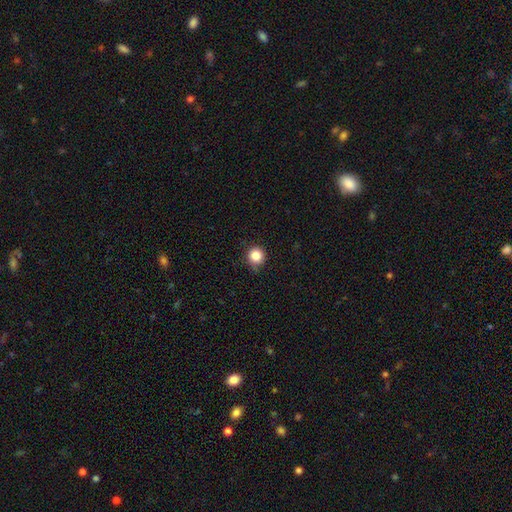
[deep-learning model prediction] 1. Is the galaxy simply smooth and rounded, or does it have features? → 85% smooth, 11% star or artifact, 4% featured or disk.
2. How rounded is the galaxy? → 93% round, 6% in between, 1% cigar-shaped.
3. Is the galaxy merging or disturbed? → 77% none, 19% minor disturbance, 3% major disturbance, 1% merger.